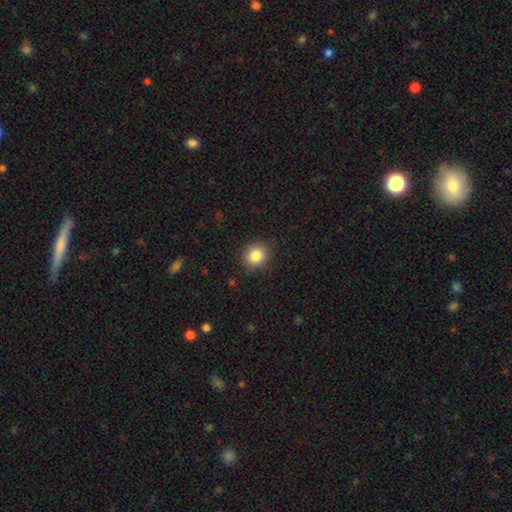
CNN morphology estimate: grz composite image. It shows a smooth galaxy with no disk features (85%) that is round (77%). Merging: none (88%).